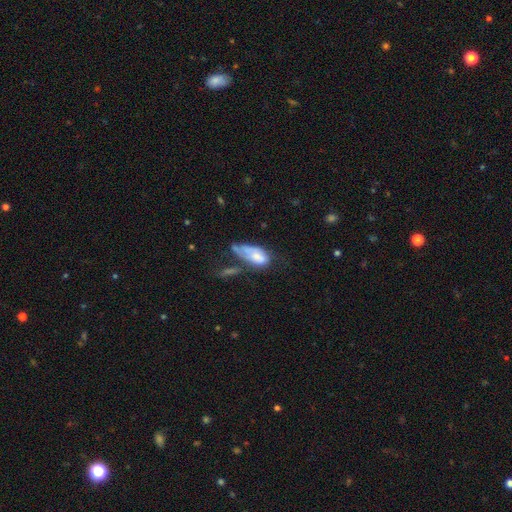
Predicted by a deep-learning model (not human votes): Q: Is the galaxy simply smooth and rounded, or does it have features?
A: smooth — 62%.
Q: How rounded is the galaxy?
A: in between — 88%.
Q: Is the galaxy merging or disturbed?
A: major disturbance — 31%.